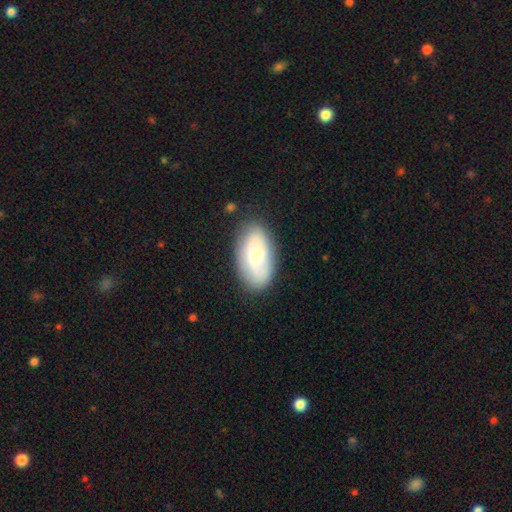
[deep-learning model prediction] This is possibly a smooth galaxy (53%). How rounded: clearly in between (93%). Merging: likely none (80%).